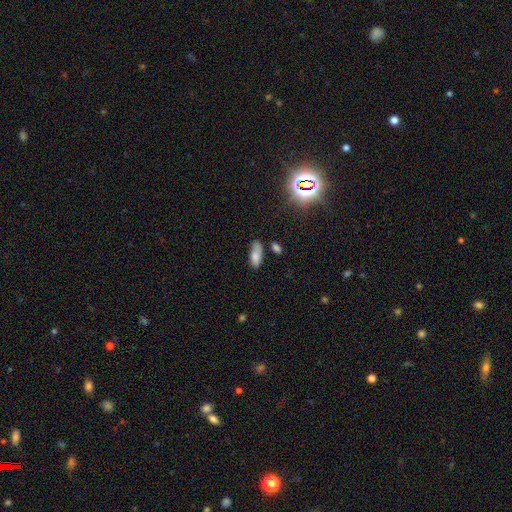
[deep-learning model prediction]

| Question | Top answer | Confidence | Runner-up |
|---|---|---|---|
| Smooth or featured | smooth | 79% | featured or disk (11%) |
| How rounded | in between | 81% | cigar-shaped (16%) |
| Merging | none | 53% | minor disturbance (28%) |